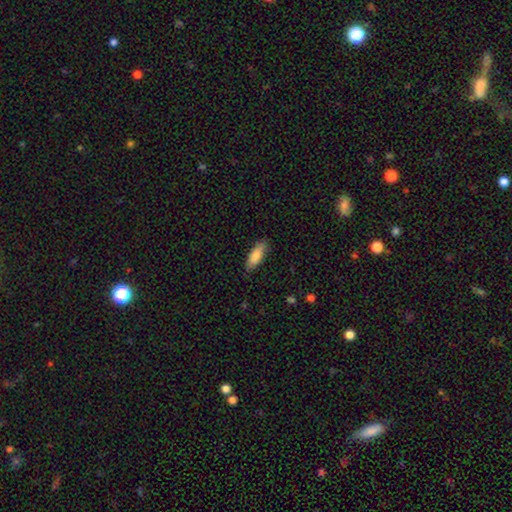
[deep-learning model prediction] Q: Smooth or featured?
A: smooth (81%); runner-up: featured or disk (13%)
Q: How rounded?
A: in between (67%); runner-up: cigar-shaped (31%)
Q: Merging?
A: none (81%); runner-up: minor disturbance (15%)